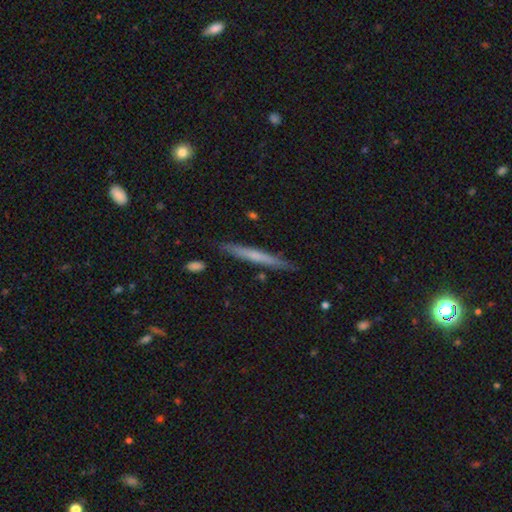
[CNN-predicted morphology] Smooth or featured? smooth (49%)
Merging? none (87%)